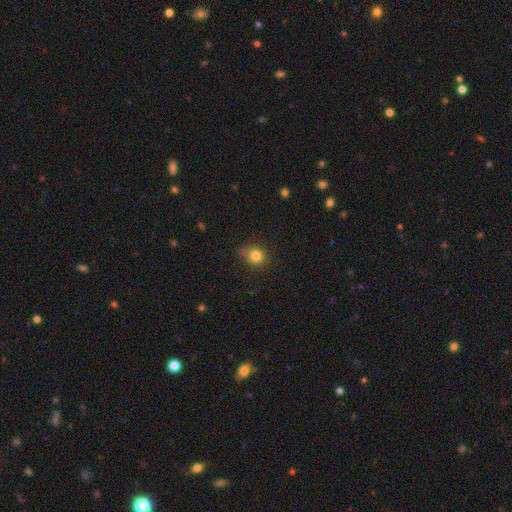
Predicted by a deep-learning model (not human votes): smooth 82%, star or artifact 12%, featured or disk 6%. Down the decision tree: how rounded — round (77%); merging — none (68%).